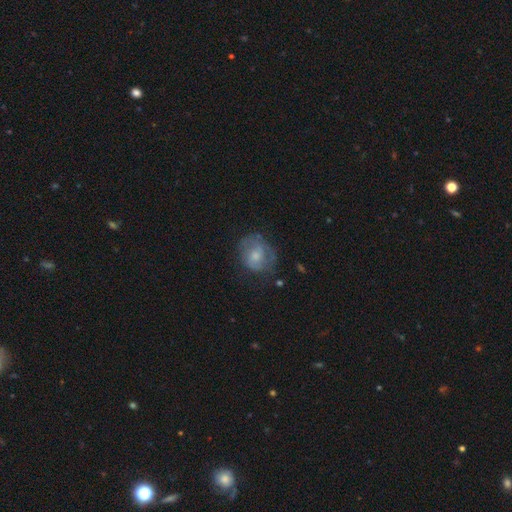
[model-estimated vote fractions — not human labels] A smooth galaxy with no disk features (48%). Merging: none (55%).